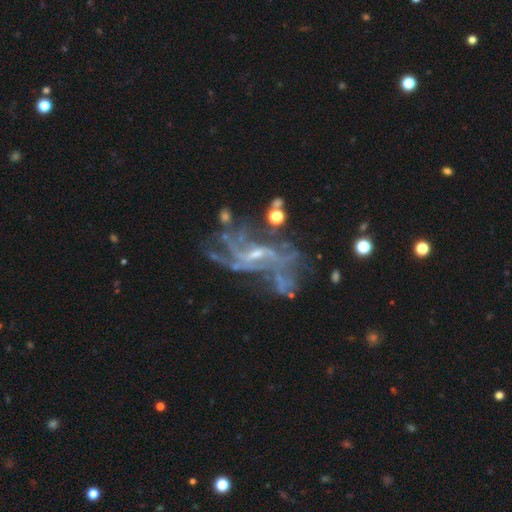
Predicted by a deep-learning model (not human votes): Q: Smooth or featured?
A: featured or disk (82%); runner-up: star or artifact (12%)
Q: Edge-on disk?
A: no (95%); runner-up: yes (5%)
Q: Bar?
A: weak (46%); runner-up: no (36%)
Q: Spiral arms?
A: yes (85%); runner-up: no (15%)
Q: Spiral winding?
A: loose (43%); runner-up: medium (38%)
Q: Spiral arm count?
A: can't tell (34%); runner-up: 2 (17%)
Q: Bulge size?
A: small (67%); runner-up: moderate (18%)
Q: Merging?
A: none (44%); runner-up: major disturbance (28%)